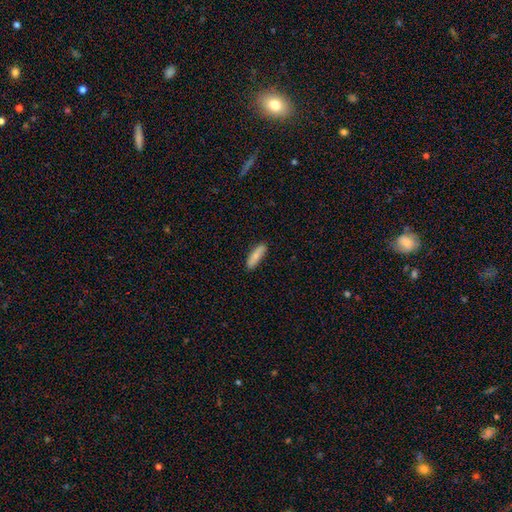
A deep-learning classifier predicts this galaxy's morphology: Overall: smooth (81%). How rounded: cigar-shaped (63%; in between 36%). Merging: none (86%).